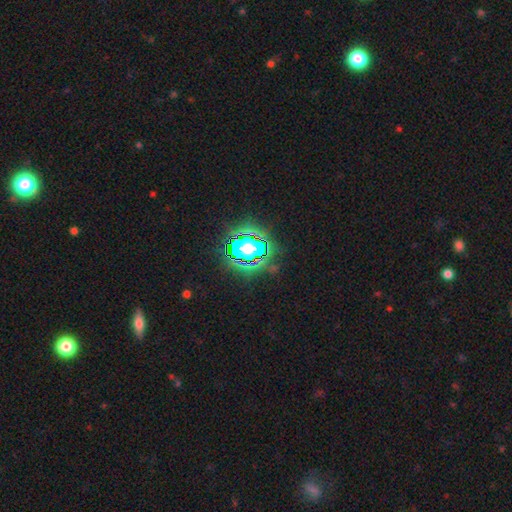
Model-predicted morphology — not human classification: Smooth or featured? Predicted: star or artifact (p=0.81).